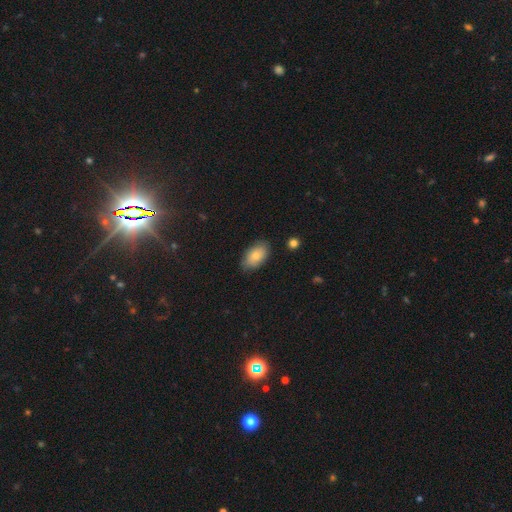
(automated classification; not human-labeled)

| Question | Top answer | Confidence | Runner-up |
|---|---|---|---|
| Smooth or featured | smooth | 80% | featured or disk (13%) |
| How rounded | in between | 93% | round (6%) |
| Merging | none | 81% | minor disturbance (15%) |